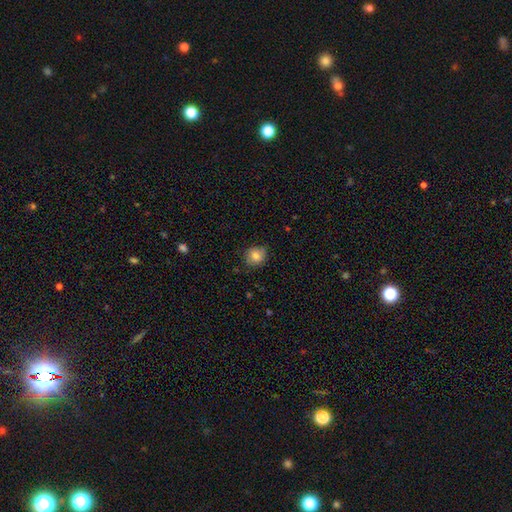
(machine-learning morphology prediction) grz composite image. It shows a smooth galaxy with no disk features (82%) that is round (82%). Merging: none (80%).